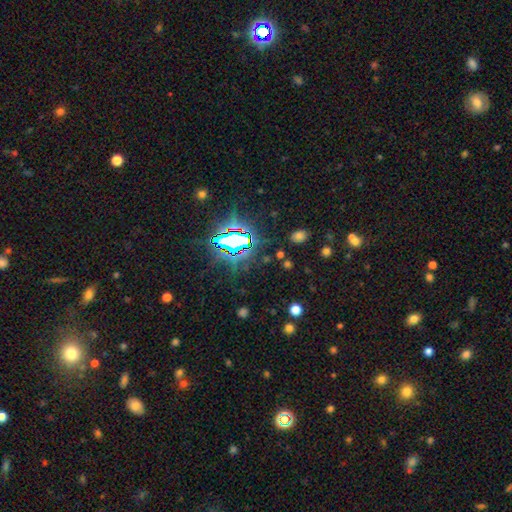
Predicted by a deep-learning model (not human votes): Overall: star or artifact (82%).